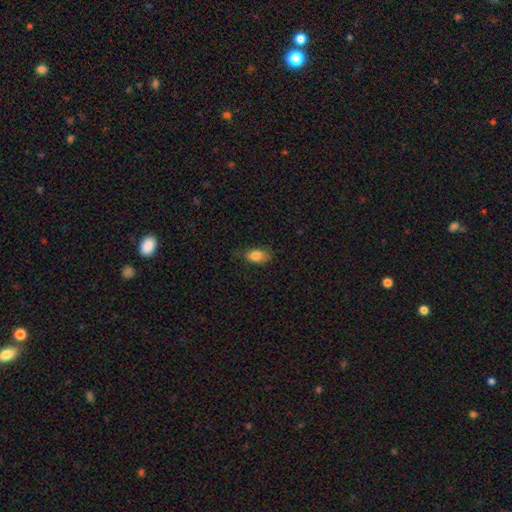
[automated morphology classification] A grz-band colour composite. It shows a smooth galaxy with no disk features (84%) that is in between round and cigar-shaped (88%). Merging: none (66%).